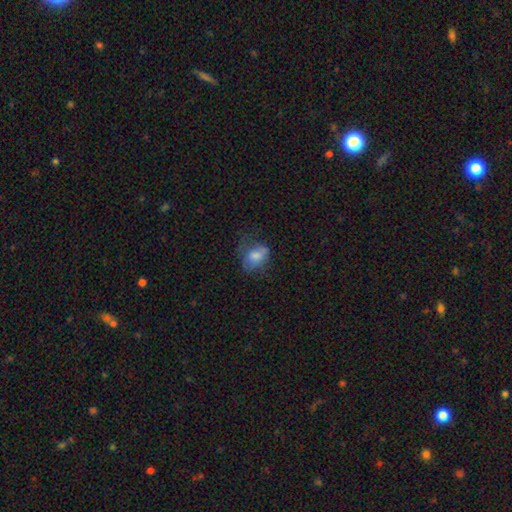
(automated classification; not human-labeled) Smooth or featured: smooth — 69% (featured or disk — 21%)
How rounded: in between — 69% (round — 30%)
Merging: none — 40% (minor disturbance — 30%)